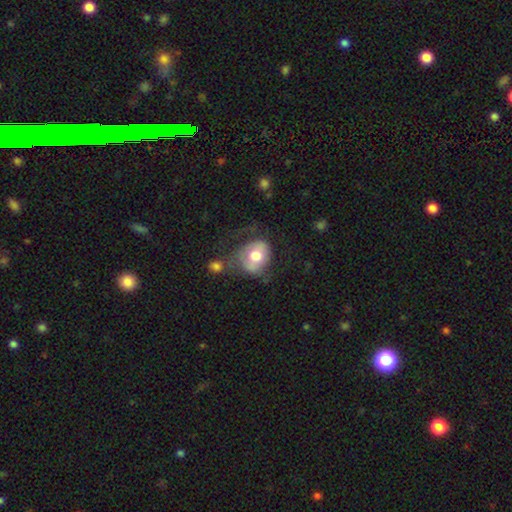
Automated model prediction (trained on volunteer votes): Smooth or featured? Predicted: smooth (p=0.62). How rounded? Predicted: round (p=0.60). Merging? Predicted: none (p=0.37).